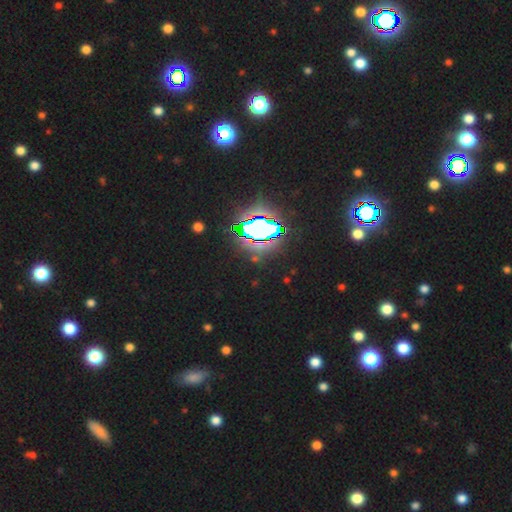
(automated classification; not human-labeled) This is likely a star or artifact rather than a galaxy (77%).